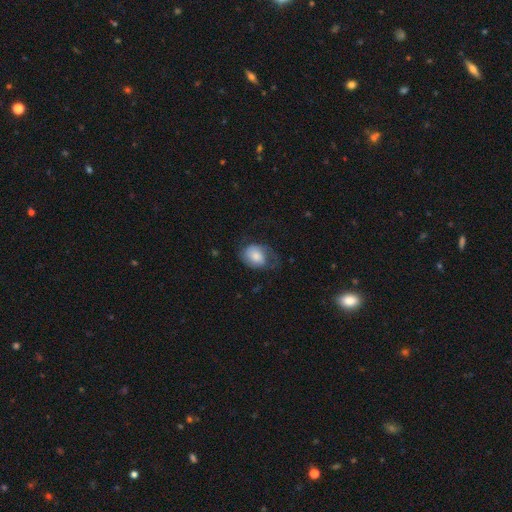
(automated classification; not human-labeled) Smooth or featured: smooth — 58% (featured or disk — 34%)
How rounded: in between — 66% (round — 33%)
Merging: none — 42% (major disturbance — 29%)